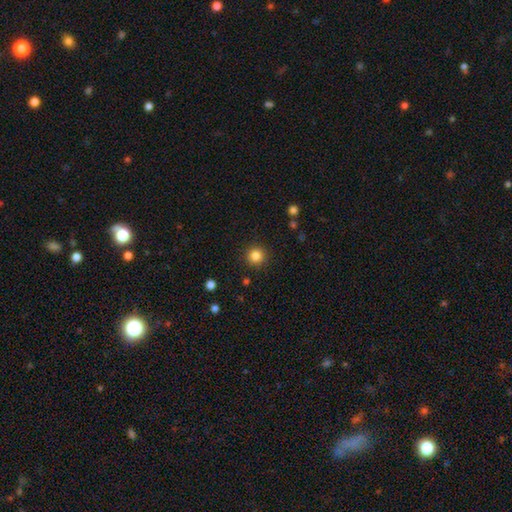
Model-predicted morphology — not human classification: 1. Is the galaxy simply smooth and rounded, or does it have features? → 84% smooth, 12% star or artifact, 5% featured or disk.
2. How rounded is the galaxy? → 95% round, 4% in between, 1% cigar-shaped.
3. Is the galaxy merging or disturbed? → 91% none, 6% minor disturbance, 2% major disturbance, 1% merger.